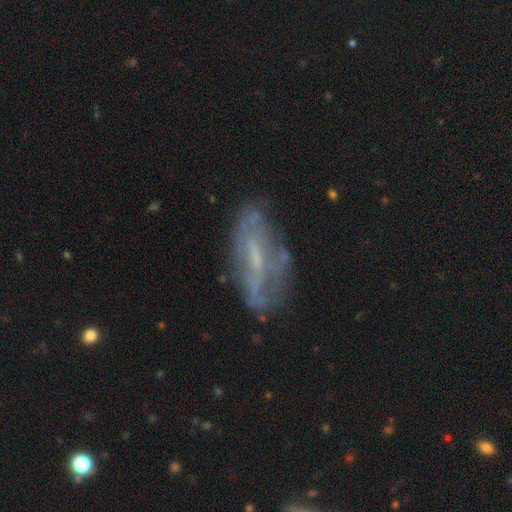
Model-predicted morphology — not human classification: Smooth or featured? Predicted: featured or disk (p=0.64). Edge-on disk? Predicted: no (p=0.84). Bar? Predicted: weak (p=0.42). Spiral arms? Predicted: no (p=0.52). Bulge size? Predicted: small (p=0.42). Merging? Predicted: none (p=0.60).